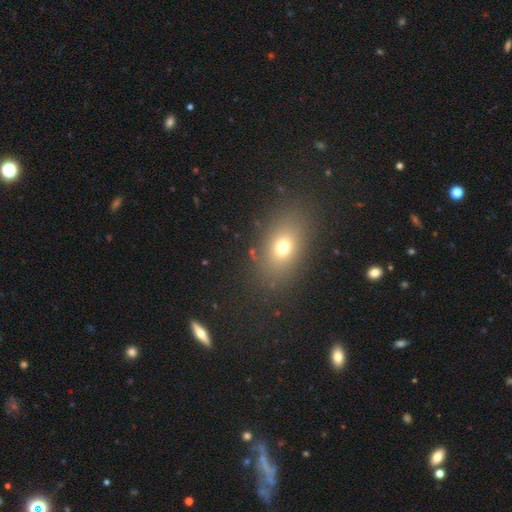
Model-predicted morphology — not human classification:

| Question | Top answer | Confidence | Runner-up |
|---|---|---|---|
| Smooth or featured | smooth | 62% | star or artifact (26%) |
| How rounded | in between | 73% | round (24%) |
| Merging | none | 88% | minor disturbance (7%) |